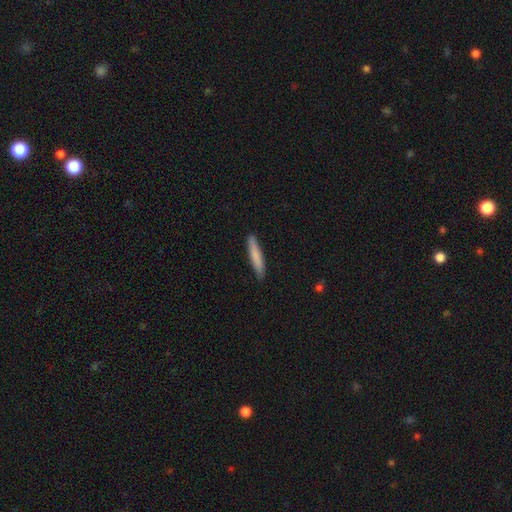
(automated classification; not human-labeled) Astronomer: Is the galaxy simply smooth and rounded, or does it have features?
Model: smooth — 78%.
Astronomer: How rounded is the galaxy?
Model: cigar-shaped — 93%.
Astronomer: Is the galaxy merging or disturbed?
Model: none — 89%.